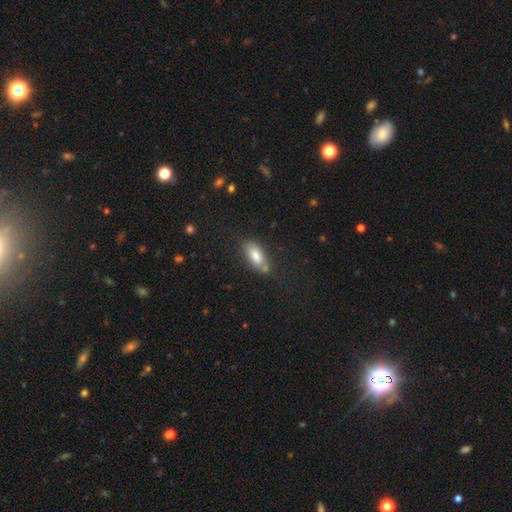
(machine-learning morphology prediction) This is likely a smooth galaxy (77%). How rounded: clearly in between (82%). Merging: likely none (66%).